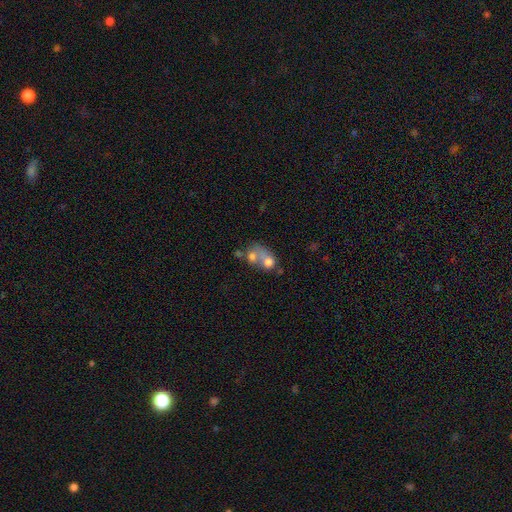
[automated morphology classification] smooth_or_featured: smooth (p=0.62) [alt: featured or disk p=0.27]
how_rounded: round (p=0.55) [alt: in between p=0.44]
merging: merger (p=0.67) [alt: none p=0.18]